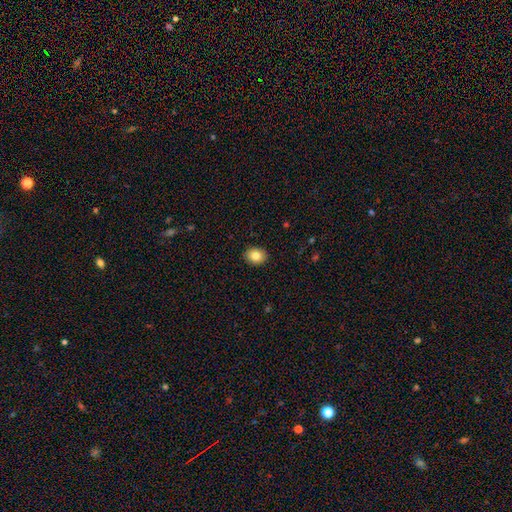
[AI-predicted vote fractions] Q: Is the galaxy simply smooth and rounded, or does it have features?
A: smooth — 83%.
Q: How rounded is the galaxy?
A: in between — 56%.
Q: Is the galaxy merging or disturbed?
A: none — 91%.